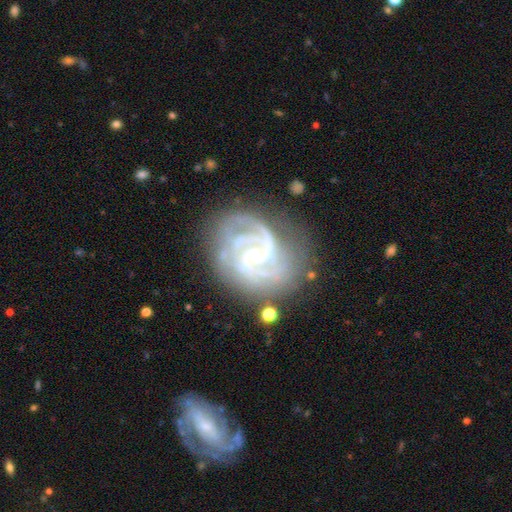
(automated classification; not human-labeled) smooth-or-featured: featured or disk: 92% | star or artifact: 5% | smooth: 3%
  disk-edge-on: no: 98% | yes: 2%
    bar: no: 47% | weak: 38% | strong: 14%
    has-spiral-arms: yes: 99% | no: 1%
      spiral-winding: tight: 52% | medium: 42% | loose: 6%
      spiral-arm-count: 2: 38% | 3: 35% | 4: 9% | can't tell: 9% | more than 4: 5% | 1: 5%
    bulge-size: small: 71% | moderate: 26% | none: 1% | large: 1% | dominant: 1%
  merging: none: 73% | minor disturbance: 18% | major disturbance: 7% | merger: 2%